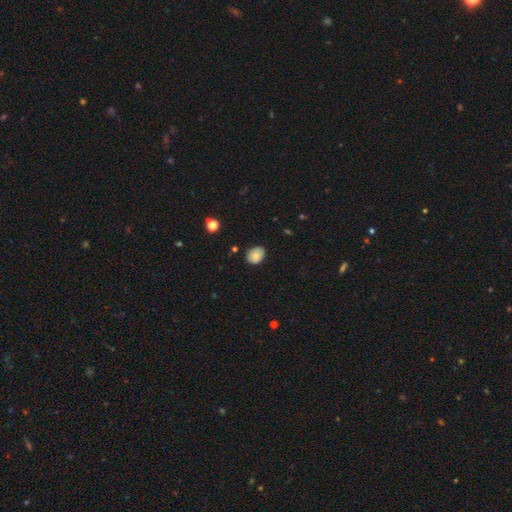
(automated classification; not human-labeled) A smooth galaxy with no disk features (79%) that is in between round and cigar-shaped (61%). Merging: none (81%).